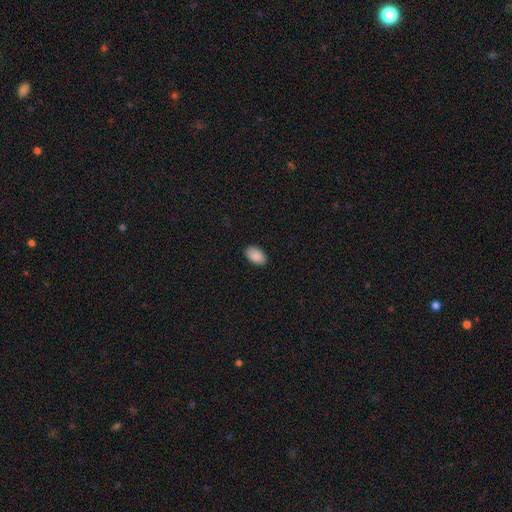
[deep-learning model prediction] smooth_or_featured: smooth (p=0.90) [alt: star or artifact p=0.07]
how_rounded: in between (p=0.93) [alt: round p=0.06]
merging: none (p=0.89) [alt: minor disturbance p=0.08]